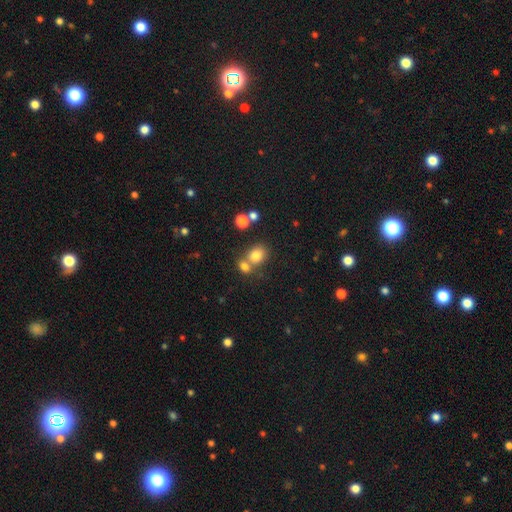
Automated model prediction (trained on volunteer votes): Overall: smooth (77%). How rounded: round (58%; in between 41%). Merging: none (48%; merger 39%).